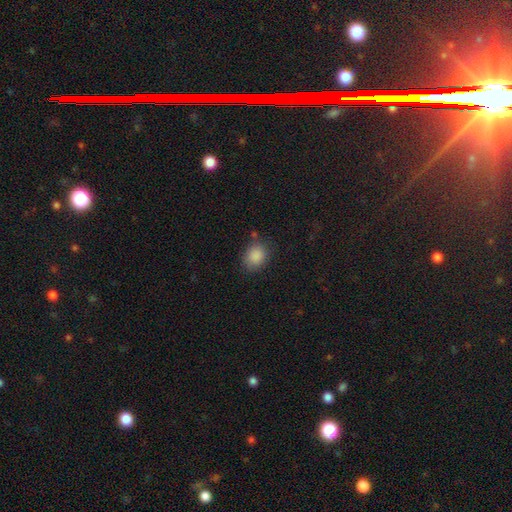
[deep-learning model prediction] Q: Smooth or featured?
A: smooth (88%); runner-up: star or artifact (9%)
Q: How rounded?
A: in between (51%); runner-up: round (48%)
Q: Merging?
A: none (76%); runner-up: minor disturbance (16%)